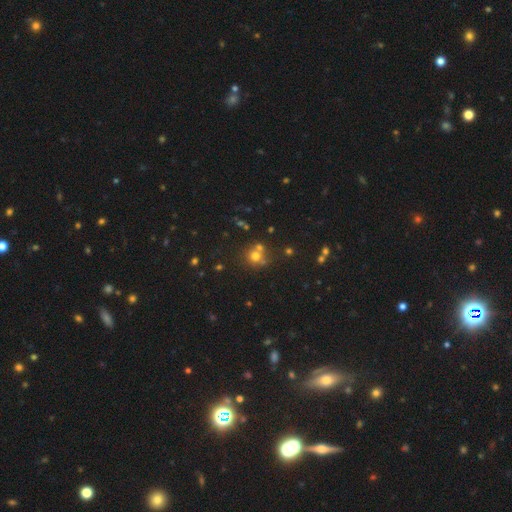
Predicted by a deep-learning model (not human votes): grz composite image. It shows a smooth galaxy with no disk features (64%) that is round (86%). Merging: none (57%).